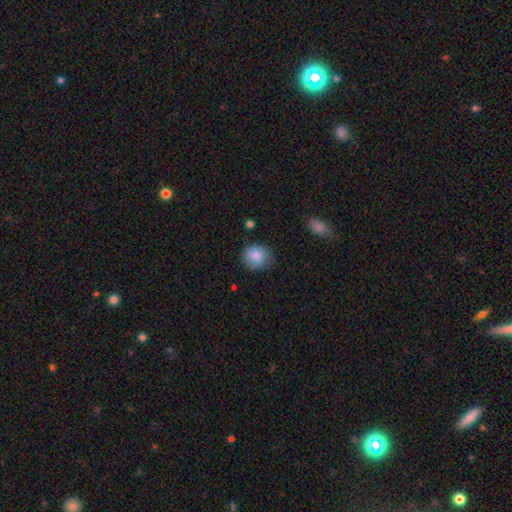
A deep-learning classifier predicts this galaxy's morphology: smooth-or-featured: smooth: 83% | featured or disk: 9% | star or artifact: 8%
  how-rounded: round: 80% | in between: 19% | cigar-shaped: 1%
  merging: none: 69% | minor disturbance: 24% | major disturbance: 6% | merger: 2%